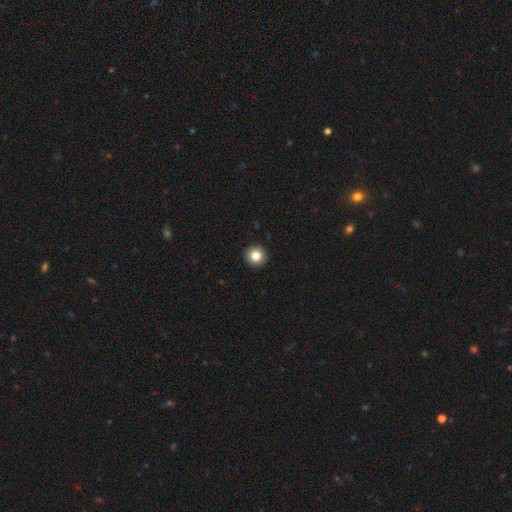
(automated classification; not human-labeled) Smooth or featured: smooth — 83% (star or artifact — 10%)
How rounded: round — 95% (in between — 4%)
Merging: none — 93% (minor disturbance — 4%)